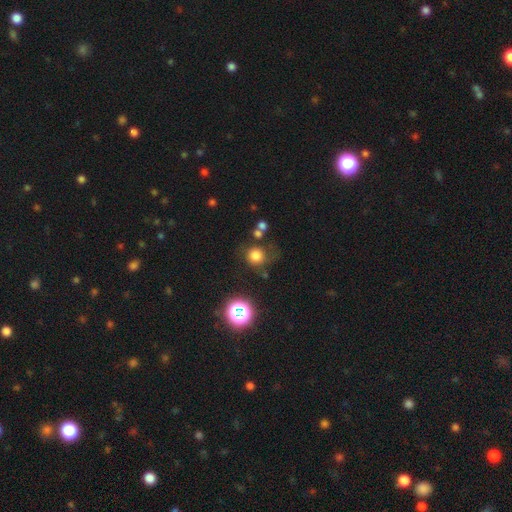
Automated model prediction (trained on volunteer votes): Overall: smooth (75%). How rounded: round (90%). Merging: none (66%).